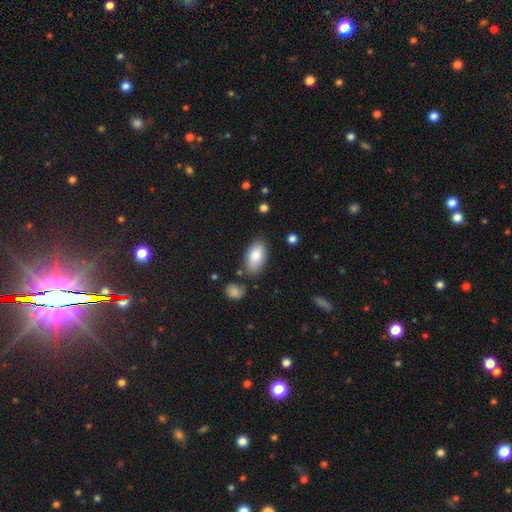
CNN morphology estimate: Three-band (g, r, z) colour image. It shows a smooth galaxy with no disk features (83%) that is in between round and cigar-shaped (94%). Merging: none (76%).